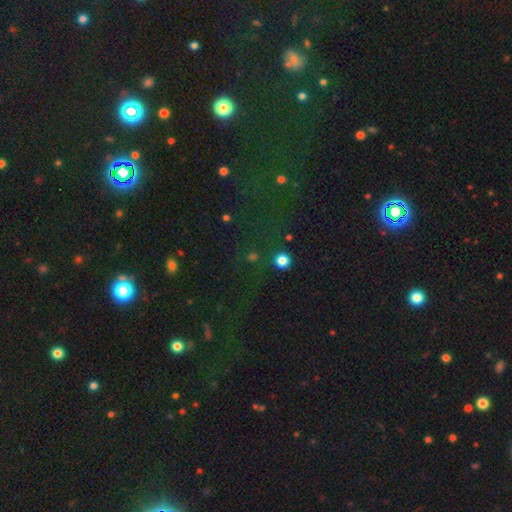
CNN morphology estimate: The model was most divided on "smooth or featured": star or artifact: 66%, smooth: 24%, featured or disk: 9%.